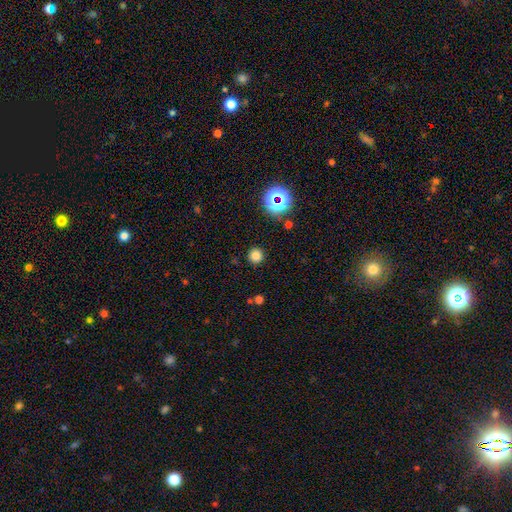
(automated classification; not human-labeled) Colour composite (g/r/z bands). It shows a smooth galaxy with no disk features (78%) that is round (94%). Merging: none (90%).